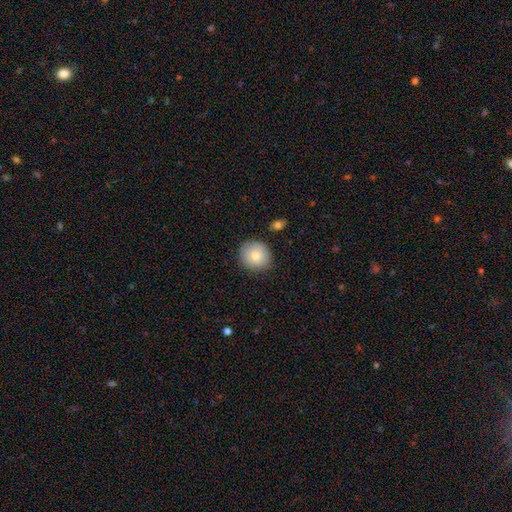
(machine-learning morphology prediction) This is likely a smooth galaxy (80%). How rounded: clearly round (87%). Merging: clearly none (85%).